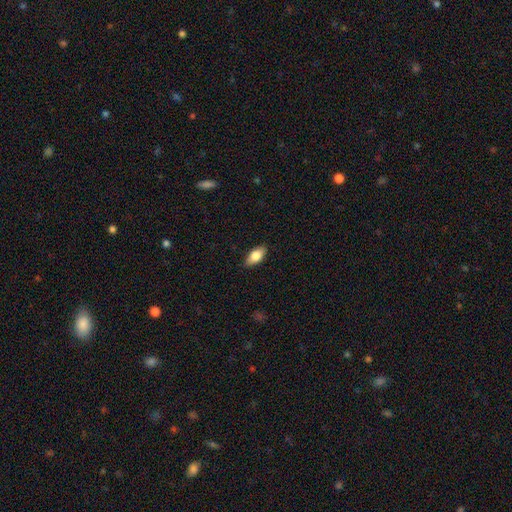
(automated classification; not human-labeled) Smooth or featured? smooth (78%)
How rounded? in between (88%)
Merging? none (88%)